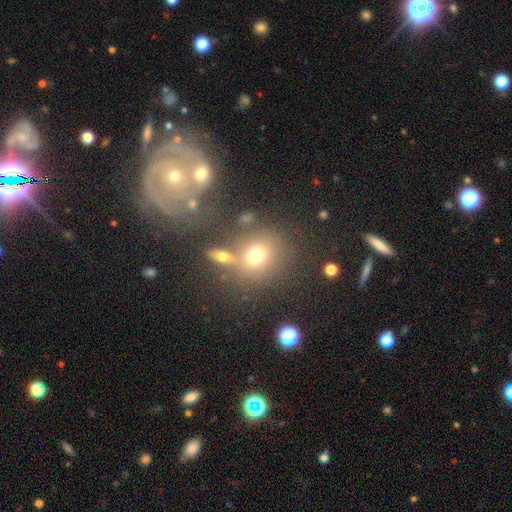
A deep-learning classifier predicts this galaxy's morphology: A smooth galaxy with no disk features (68%) that is round (75%).

Vote fractions:
- Smooth or featured? smooth: 68% / star or artifact: 17% / featured or disk: 15%
- How rounded? round: 75% / in between: 23% / cigar-shaped: 2%
- Merging? none: 59% / merger: 22% / minor disturbance: 12% / major disturbance: 7%